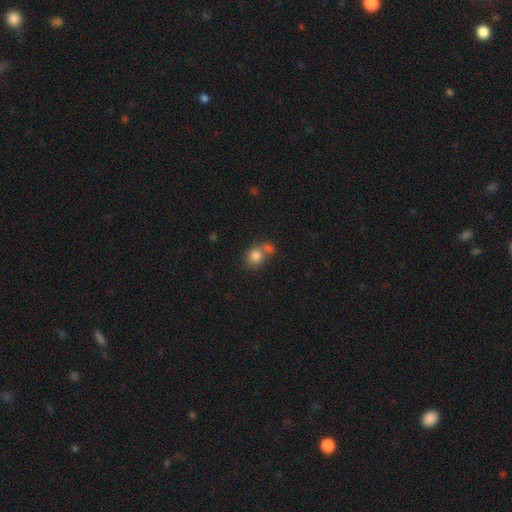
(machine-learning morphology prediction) Smooth or featured: smooth — 81% (star or artifact — 10%)
How rounded: round — 73% (in between — 26%)
Merging: merger — 42% (tied with none — 42%)